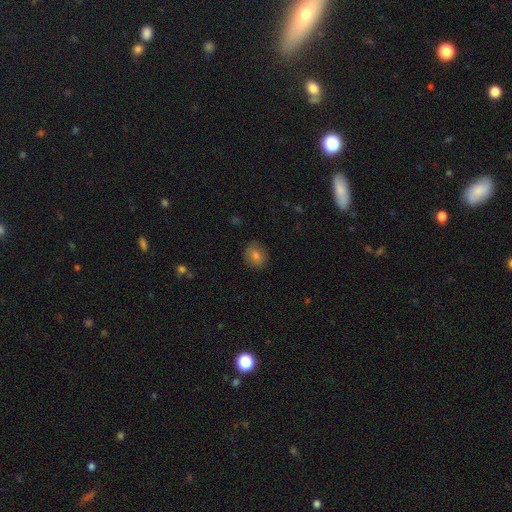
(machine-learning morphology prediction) Overall: smooth (72%). How rounded: round (62%; in between 37%). Merging: none (83%).